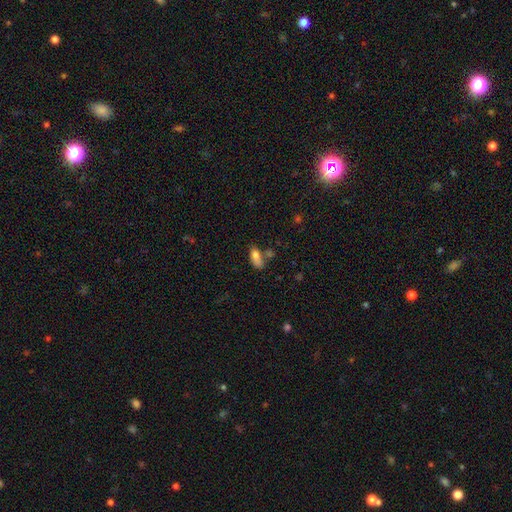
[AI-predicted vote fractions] This is likely a smooth galaxy (75%). How rounded: clearly in between (81%). Merging: marginally none (36%).